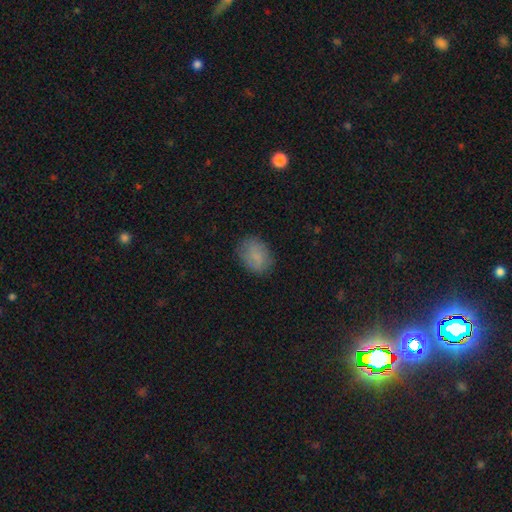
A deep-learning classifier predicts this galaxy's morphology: Smooth or featured: smooth — 77% (featured or disk — 14%)
How rounded: in between — 68% (round — 31%)
Merging: none — 81% (minor disturbance — 14%)